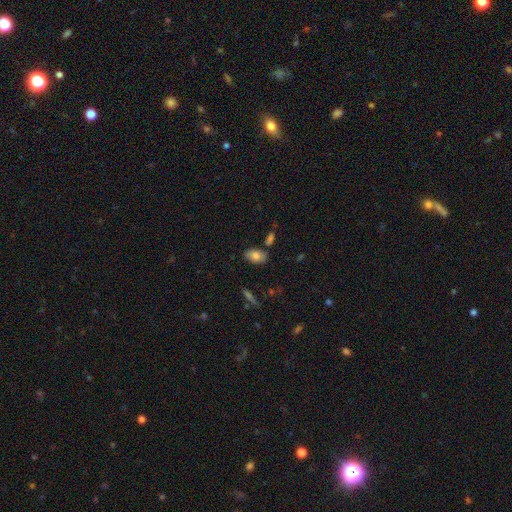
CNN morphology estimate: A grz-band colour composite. It shows a smooth galaxy with no disk features (76%) that is in between round and cigar-shaped (91%). Merging: none (74%).